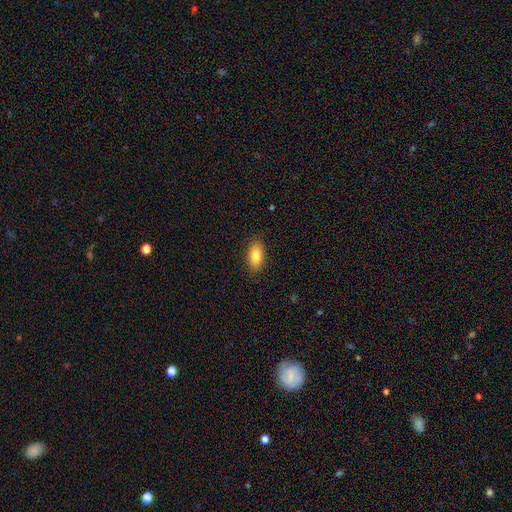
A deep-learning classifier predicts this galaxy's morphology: Smooth or featured: smooth — 81% (featured or disk — 11%)
How rounded: in between — 88% (cigar-shaped — 7%)
Merging: none — 87% (minor disturbance — 10%)